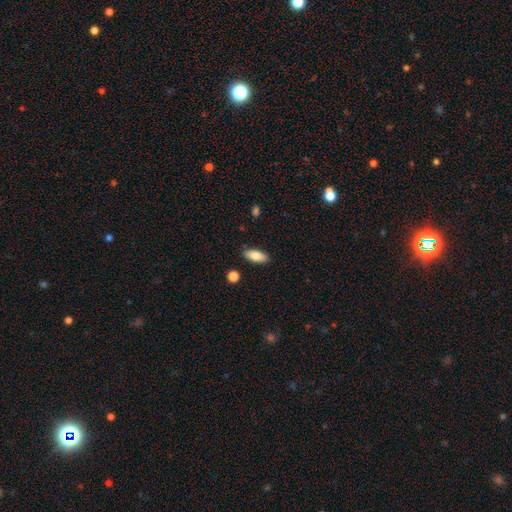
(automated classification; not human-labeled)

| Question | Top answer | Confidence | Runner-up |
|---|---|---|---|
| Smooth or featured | smooth | 80% | featured or disk (13%) |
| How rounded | in between | 85% | cigar-shaped (13%) |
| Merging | none | 87% | minor disturbance (10%) |